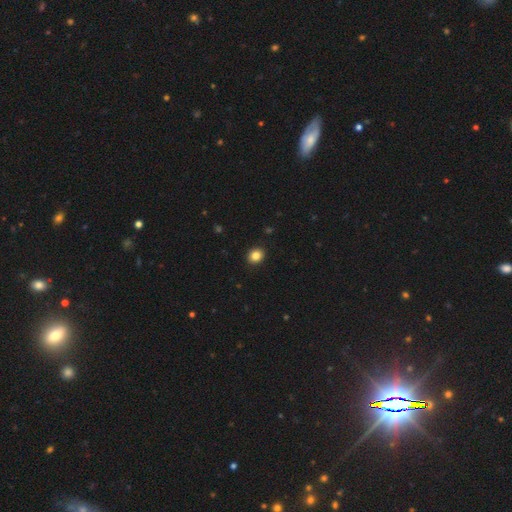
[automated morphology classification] Overall: smooth (85%). How rounded: round (66%; in between 33%). Merging: none (91%).